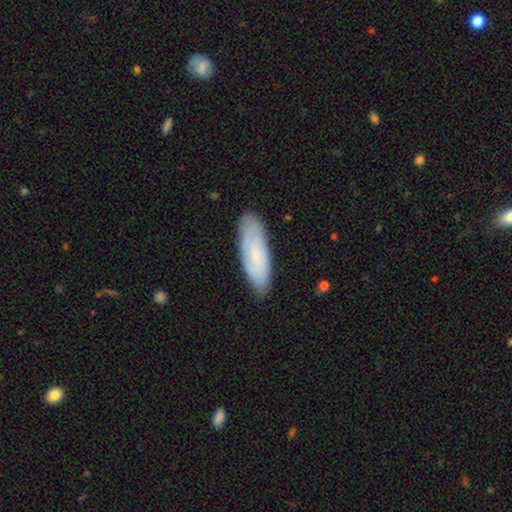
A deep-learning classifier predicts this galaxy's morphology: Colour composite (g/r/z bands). It shows a smooth galaxy with no disk features (60%) that is in between round and cigar-shaped (59%). Merging: none (83%).